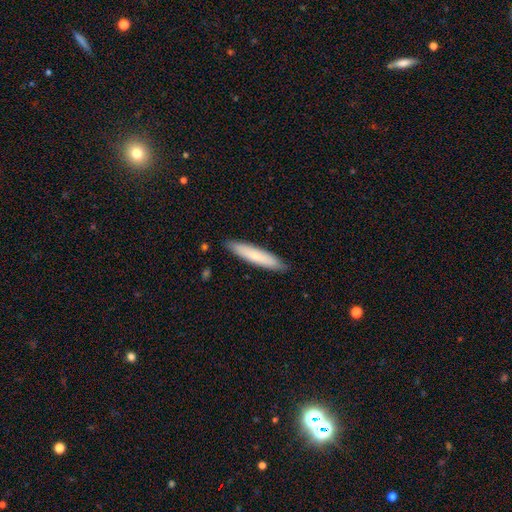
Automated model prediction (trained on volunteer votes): Smooth or featured? Predicted: smooth (p=0.73). How rounded? Predicted: cigar-shaped (p=0.89). Merging? Predicted: none (p=0.89).